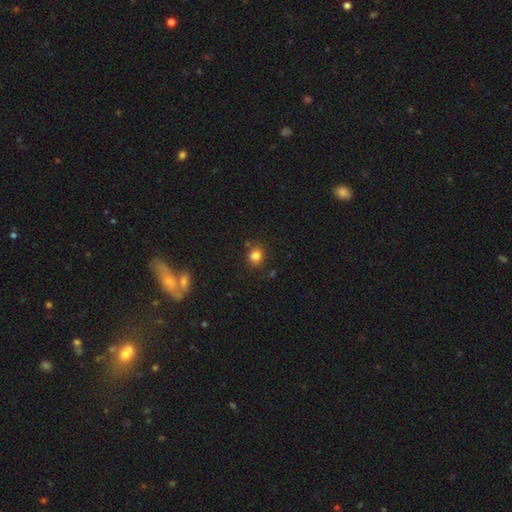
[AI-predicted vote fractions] The model was most divided on "how rounded": round: 69%, in between: 30%, cigar-shaped: 1%. More confident: smooth or featured — smooth (81%); merging — none (76%).